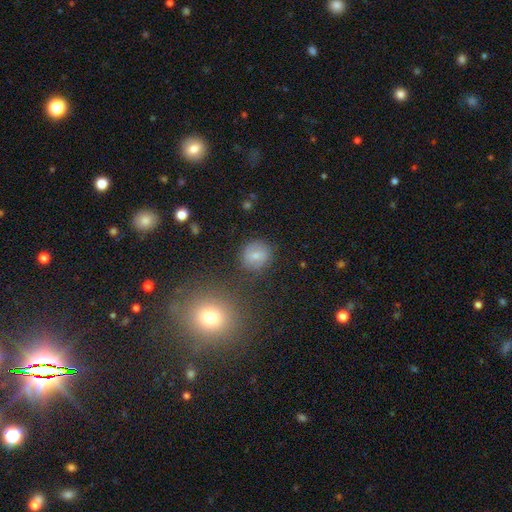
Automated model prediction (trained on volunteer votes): Smooth or featured? Predicted: smooth (p=0.63). How rounded? Predicted: round (p=0.80). Merging? Predicted: none (p=0.81).